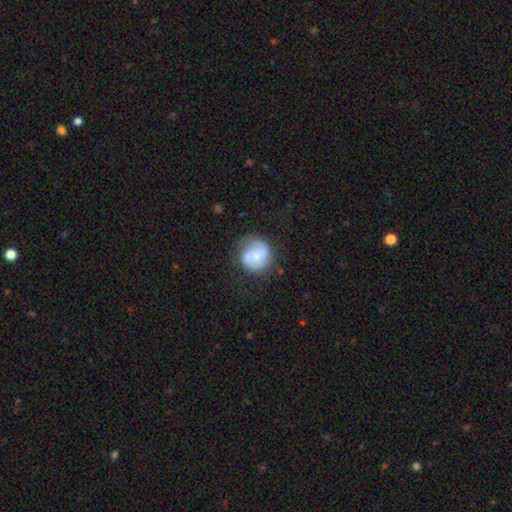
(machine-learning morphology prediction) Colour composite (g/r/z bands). It shows a featured or disk galaxy (48%). Merging: none (64%).